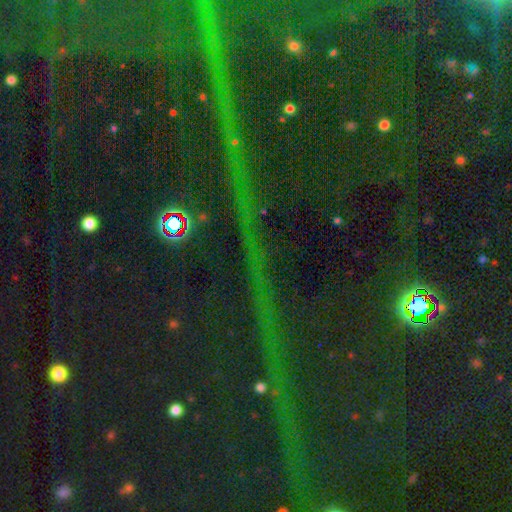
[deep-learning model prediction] smooth_or_featured: star or artifact (p=0.81) [alt: smooth p=0.10]